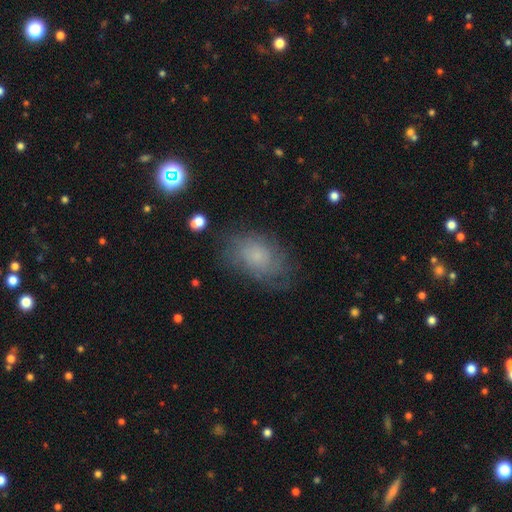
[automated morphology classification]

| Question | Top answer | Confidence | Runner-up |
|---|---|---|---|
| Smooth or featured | smooth | 47% | featured or disk (39%) |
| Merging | none | 68% | minor disturbance (20%) |